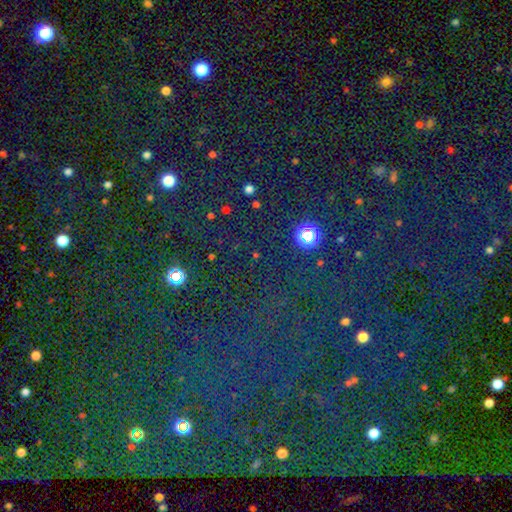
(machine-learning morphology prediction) star or artifact 68%, smooth 24%, featured or disk 8%.